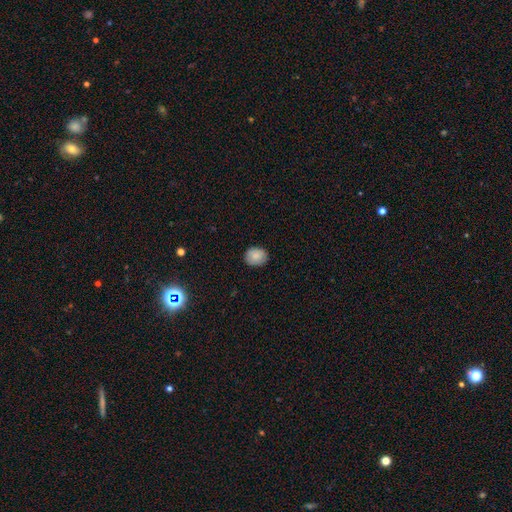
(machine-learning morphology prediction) A smooth galaxy with no disk features (85%) that is round (60%). Merging: none (85%).